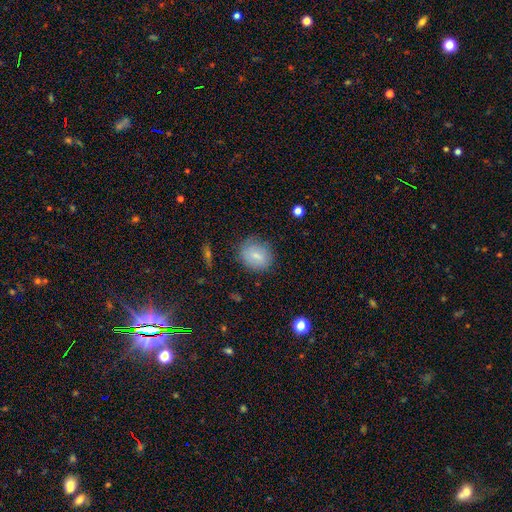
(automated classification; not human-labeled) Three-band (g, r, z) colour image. It shows a smooth galaxy with no disk features (76%) that is round (60%). Merging: none (77%).